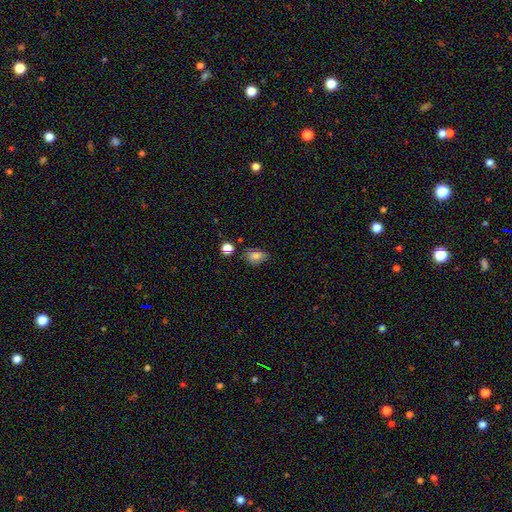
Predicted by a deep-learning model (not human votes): smooth-or-featured: smooth: 77% | star or artifact: 12% | featured or disk: 11%
  how-rounded: in between: 79% | round: 18% | cigar-shaped: 2%
  merging: none: 66% | minor disturbance: 24% | major disturbance: 5% | merger: 5%